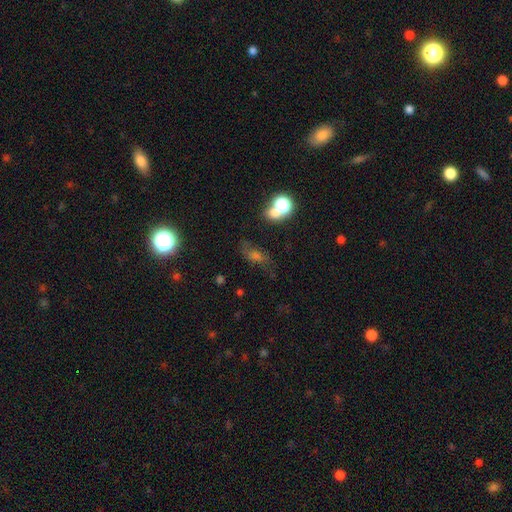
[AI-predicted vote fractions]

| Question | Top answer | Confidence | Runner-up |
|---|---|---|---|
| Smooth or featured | smooth | 45% | featured or disk (29%) |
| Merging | none | 59% | minor disturbance (21%) |